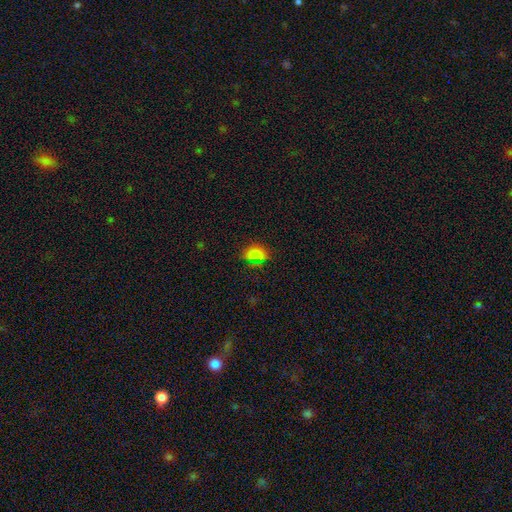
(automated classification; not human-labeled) This is likely a smooth galaxy (74%). How rounded: likely in between (79%). Merging: likely none (76%).